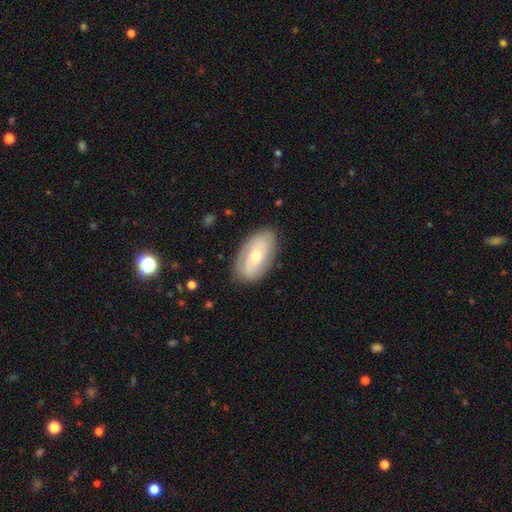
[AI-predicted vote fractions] featured or disk 50%, smooth 44%, star or artifact 6%. Down the decision tree: merging — none (81%).